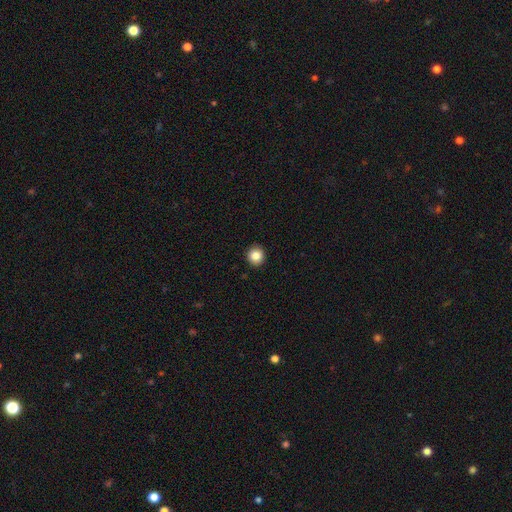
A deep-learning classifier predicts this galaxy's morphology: This is clearly a smooth galaxy (86%). How rounded: clearly round (90%). Merging: clearly none (92%).